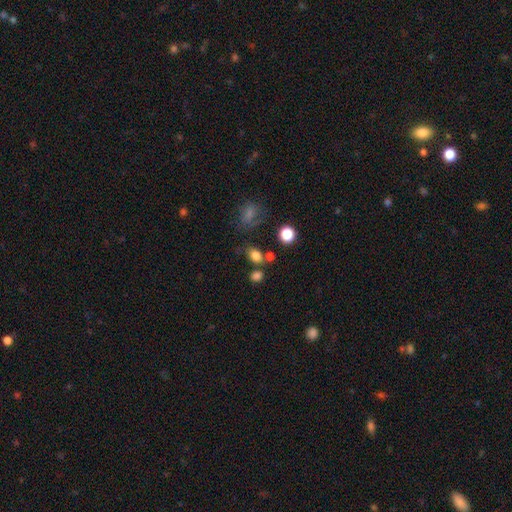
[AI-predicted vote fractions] A smooth galaxy with no disk features (79%) that is in between round and cigar-shaped (65%).

Vote fractions:
- Smooth or featured? smooth: 79% / star or artifact: 14% / featured or disk: 6%
- How rounded? in between: 65% / round: 33% / cigar-shaped: 2%
- Merging? none: 64% / merger: 15% / minor disturbance: 15% / major disturbance: 6%